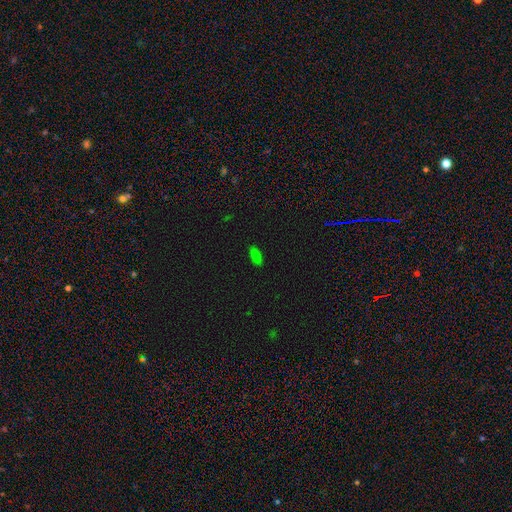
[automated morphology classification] smooth_or_featured: smooth (p=0.77) [alt: star or artifact p=0.16]
how_rounded: in between (p=0.85) [alt: cigar-shaped p=0.11]
merging: none (p=0.86) [alt: minor disturbance p=0.10]